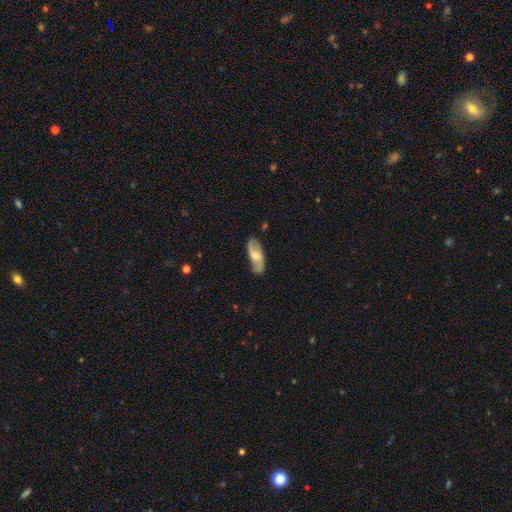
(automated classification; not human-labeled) Smooth or featured: featured or disk — 57% (smooth — 37%)
Edge-on disk: no — 84% (yes — 16%)
Merging: none — 79% (minor disturbance — 15%)